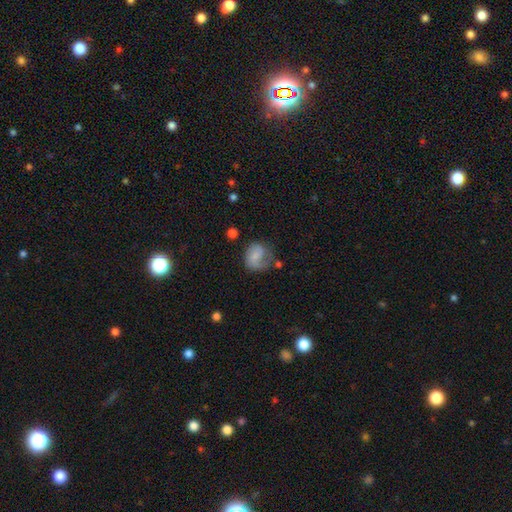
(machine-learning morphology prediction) Smooth or featured: smooth — 50% (featured or disk — 42%)
Merging: none — 45% (minor disturbance — 27%)